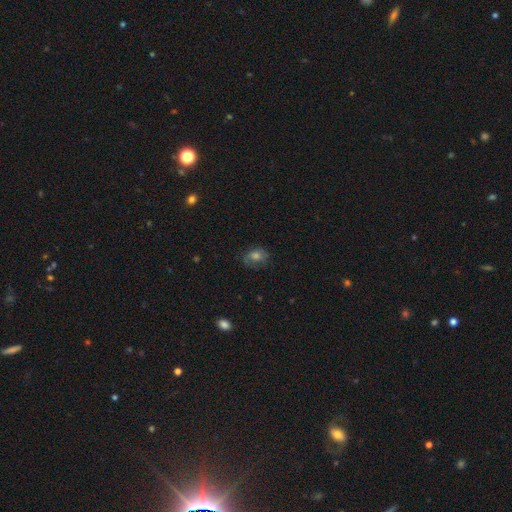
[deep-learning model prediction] Smooth or featured? smooth (59%)
How rounded? in between (54%)
Merging? none (69%)